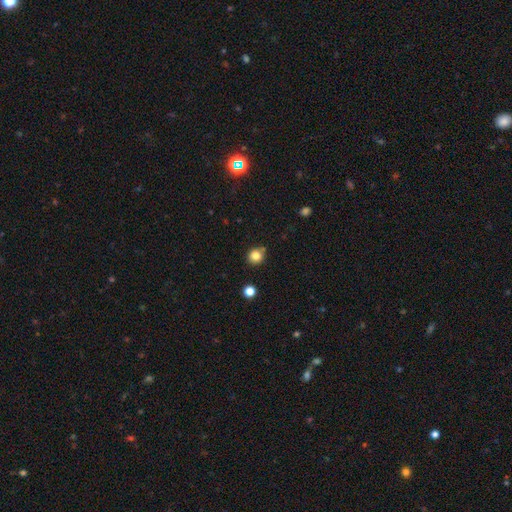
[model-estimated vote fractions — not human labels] Smooth or featured?
  - smooth: 83% *
  - star or artifact: 12%
  - featured or disk: 5%
How rounded?
  - round: 87% *
  - in between: 12%
  - cigar-shaped: 1%
Merging?
  - none: 80% *
  - minor disturbance: 12%
  - merger: 6%
  - major disturbance: 3%